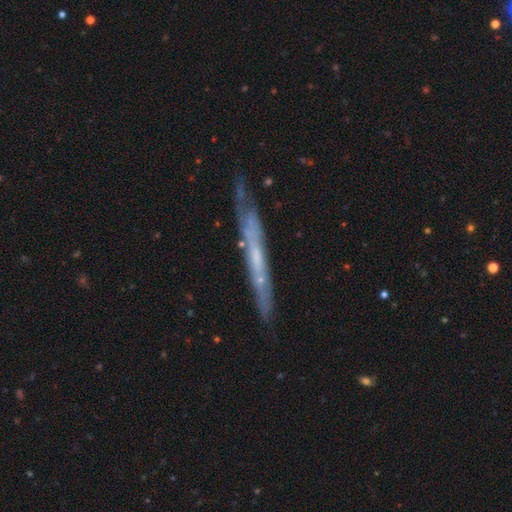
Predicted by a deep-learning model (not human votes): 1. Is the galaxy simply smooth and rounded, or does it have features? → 67% featured or disk, 26% smooth, 8% star or artifact.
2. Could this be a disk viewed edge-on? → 82% yes, 18% no.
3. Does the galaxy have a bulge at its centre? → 80% none, 15% rounded, 5% boxy.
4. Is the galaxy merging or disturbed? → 72% none, 20% minor disturbance, 5% major disturbance, 3% merger.